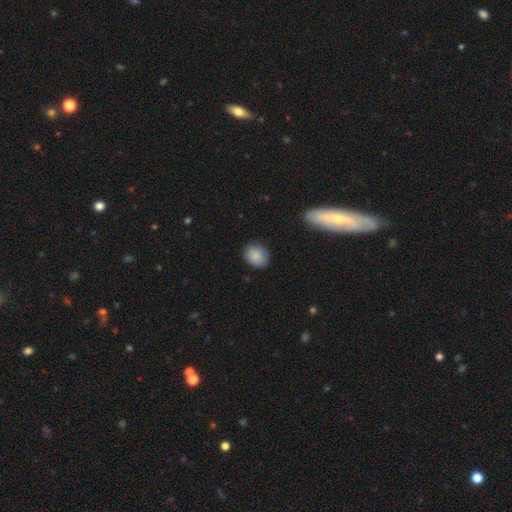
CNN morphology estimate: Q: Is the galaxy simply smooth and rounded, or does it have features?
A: smooth — 86%.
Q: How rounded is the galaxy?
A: round — 52%.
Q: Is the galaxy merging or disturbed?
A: none — 85%.